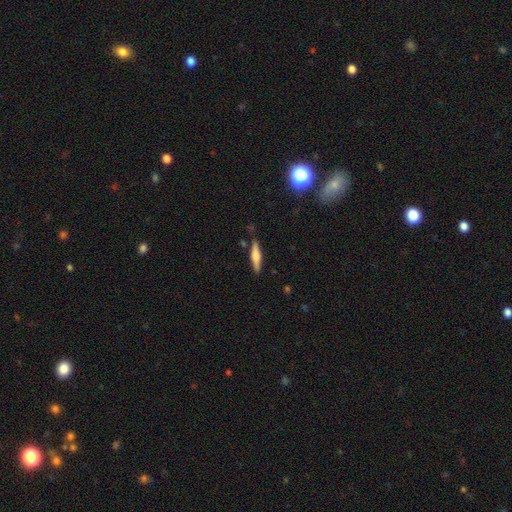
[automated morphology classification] Overall: smooth (49%; featured or disk 45%). Merging: none (84%).